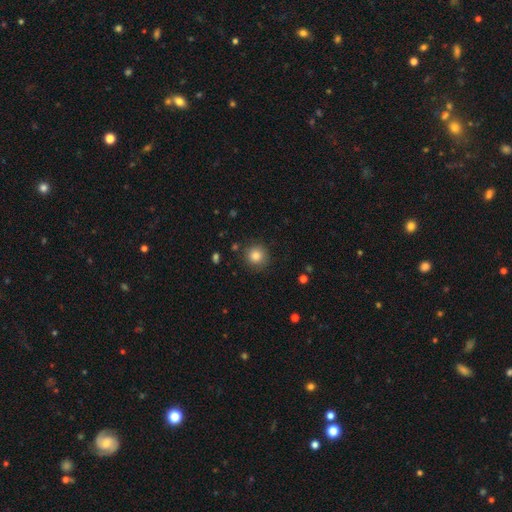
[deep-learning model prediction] smooth-or-featured: smooth: 82% | star or artifact: 11% | featured or disk: 6%
  how-rounded: round: 93% | in between: 6% | cigar-shaped: 1%
  merging: none: 87% | minor disturbance: 8% | major disturbance: 3% | merger: 2%